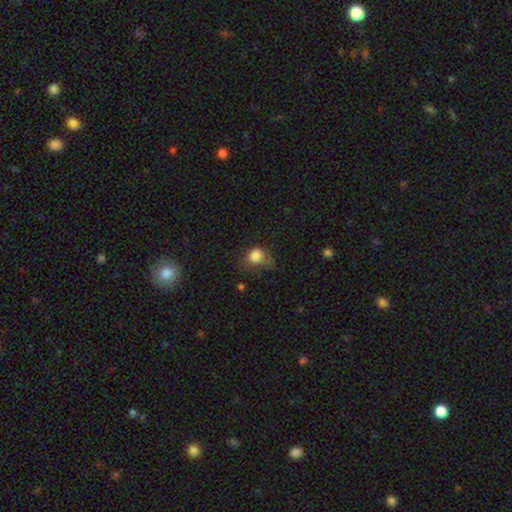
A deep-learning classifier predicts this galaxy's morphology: type=smooth (81%); roundness=round (61%); merging=none (36%).